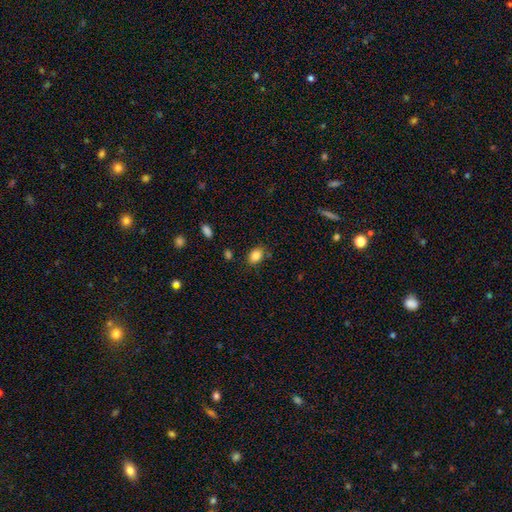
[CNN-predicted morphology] Smooth or featured? Predicted: smooth (p=0.85). How rounded? Predicted: in between (p=0.75). Merging? Predicted: none (p=0.80).